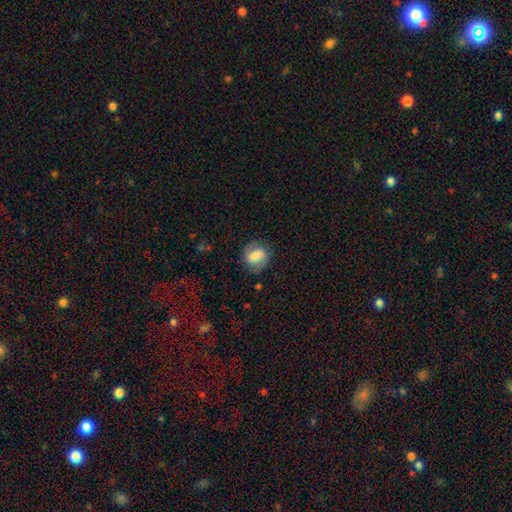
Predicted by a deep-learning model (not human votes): smooth 50%, featured or disk 42%, star or artifact 8%. Down the decision tree: merging — none (76%).